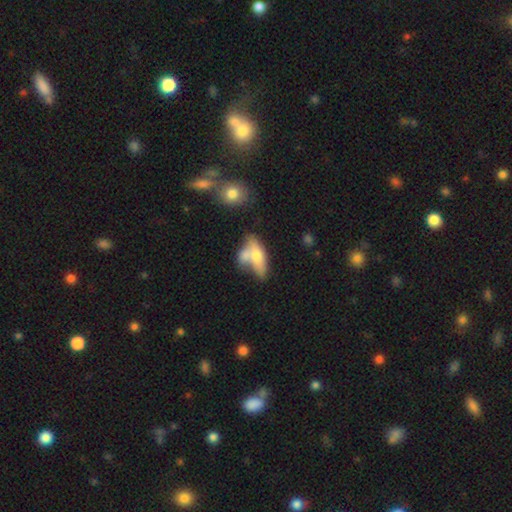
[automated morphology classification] This appears to be a smooth galaxy with no disk features (61%) that is in between round and cigar-shaped (71%). Merging: merger (48%).